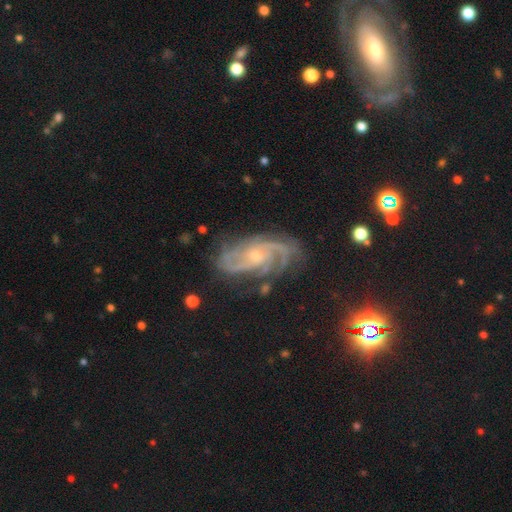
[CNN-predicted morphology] type=featured or disk (89%); edge-on=no (96%); bar=no (64%); spiral arms=yes (98%); winding=medium (46%); arm count=2 (33%); bulge=small (66%); merging=none (72%).